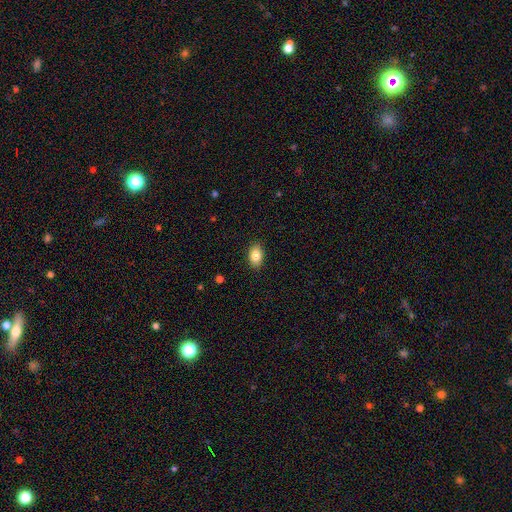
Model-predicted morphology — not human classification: Smooth or featured: smooth — 83% (featured or disk — 10%)
How rounded: in between — 89% (round — 10%)
Merging: none — 89% (minor disturbance — 8%)